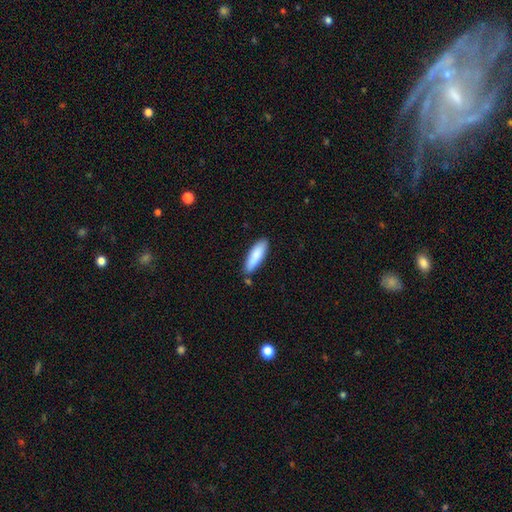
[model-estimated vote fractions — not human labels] A smooth galaxy with no disk features (85%) that is cigar-shaped (57%).

Vote fractions:
- Smooth or featured? smooth: 85% / featured or disk: 10% / star or artifact: 6%
- How rounded? cigar-shaped: 57% / in between: 42% / round: 1%
- Merging? none: 79% / minor disturbance: 14% / merger: 5% / major disturbance: 2%